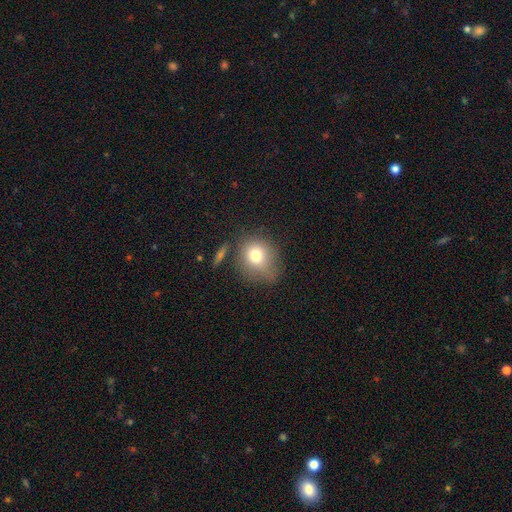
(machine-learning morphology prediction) Q: Smooth or featured?
A: smooth (75%); runner-up: featured or disk (14%)
Q: How rounded?
A: round (69%); runner-up: in between (29%)
Q: Merging?
A: none (54%); runner-up: minor disturbance (26%)